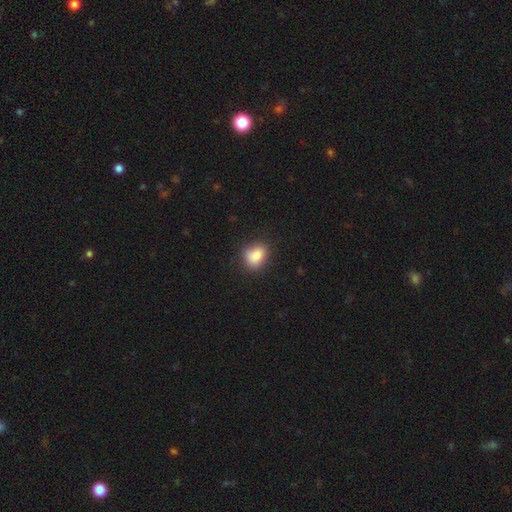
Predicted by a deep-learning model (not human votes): Smooth or featured? Predicted: smooth (p=0.84). How rounded? Predicted: in between (p=0.57). Merging? Predicted: none (p=0.75).